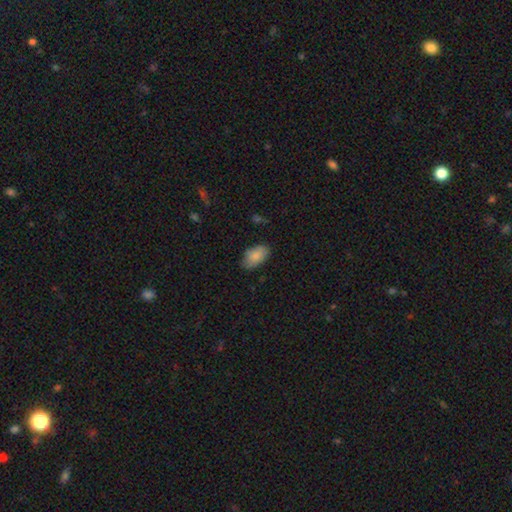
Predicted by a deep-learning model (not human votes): smooth 85%, featured or disk 8%, star or artifact 7%. Down the decision tree: how rounded — in between (93%); merging — none (77%).